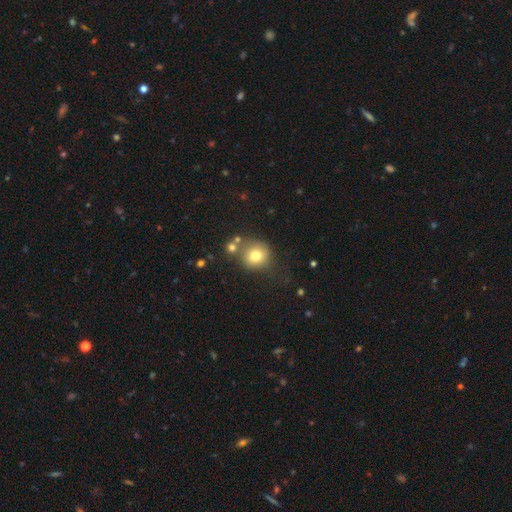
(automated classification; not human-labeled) smooth-or-featured: smooth: 76% | star or artifact: 12% | featured or disk: 12%
  how-rounded: round: 88% | in between: 12% | cigar-shaped: 1%
  merging: none: 64% | merger: 16% | minor disturbance: 14% | major disturbance: 6%